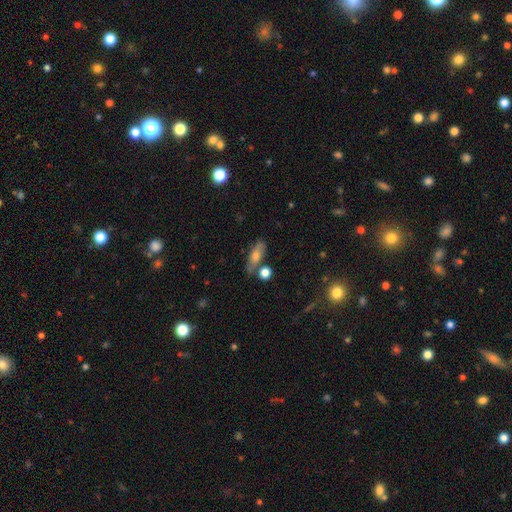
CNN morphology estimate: smooth_or_featured: smooth (p=0.65) [alt: featured or disk p=0.25]
how_rounded: in between (p=0.65) [alt: cigar-shaped p=0.28]
merging: none (p=0.64) [alt: minor disturbance p=0.18]